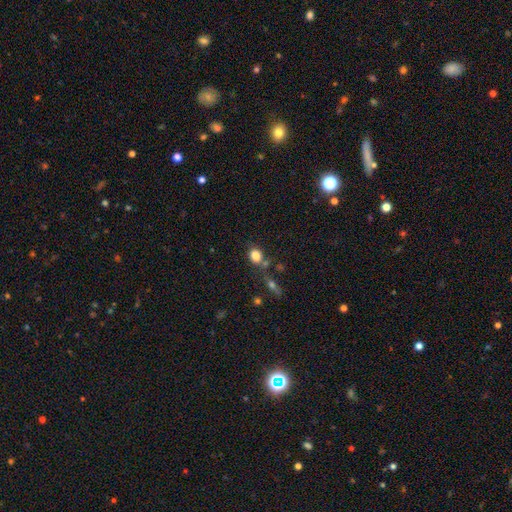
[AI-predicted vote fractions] Morphology: type=smooth (82%); roundness=round (56%); merging=none (62%).